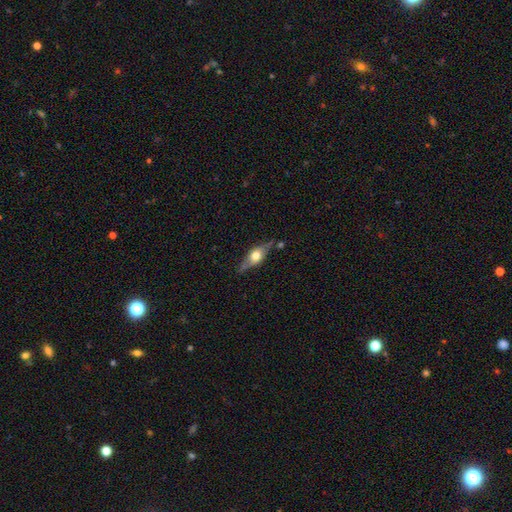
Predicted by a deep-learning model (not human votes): Overall: featured or disk (63%; smooth 31%). Edge-on disk: yes (89%). Edge-on bulge: rounded (93%). Merging: none (75%).